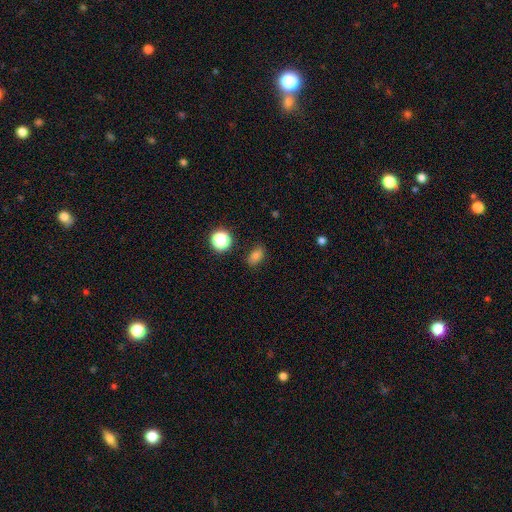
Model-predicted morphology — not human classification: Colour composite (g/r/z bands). It shows a smooth galaxy with no disk features (76%) that is in between round and cigar-shaped (81%). Merging: none (84%).